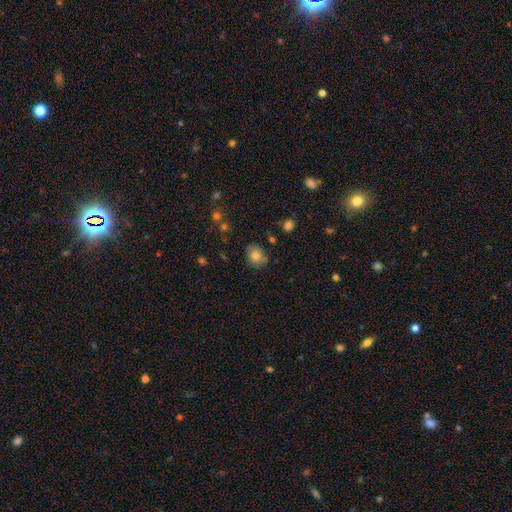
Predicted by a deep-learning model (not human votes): A smooth galaxy with no disk features (79%) that is round (57%). Merging: none (76%).